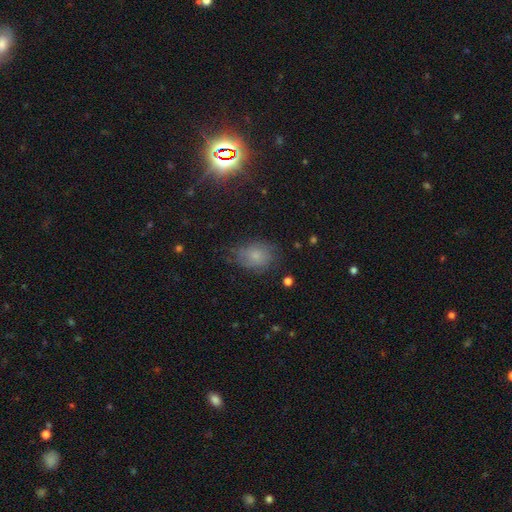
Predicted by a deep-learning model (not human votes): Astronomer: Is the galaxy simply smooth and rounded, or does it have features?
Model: smooth — 47% (runner-up: featured or disk, 35%).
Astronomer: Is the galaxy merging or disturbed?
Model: none — 63%.